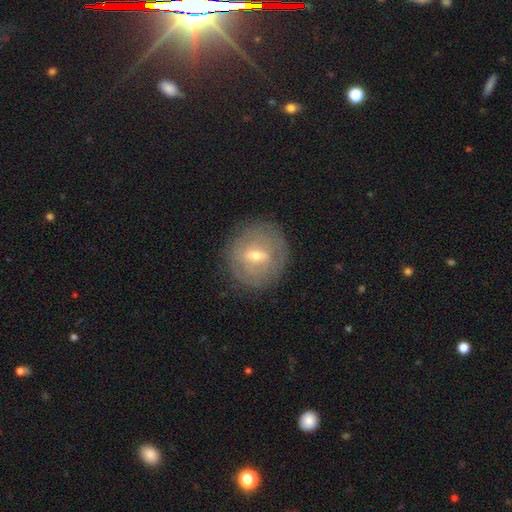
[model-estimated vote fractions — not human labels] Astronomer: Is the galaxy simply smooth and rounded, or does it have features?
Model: featured or disk — 64%.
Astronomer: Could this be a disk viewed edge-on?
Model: no — 91%.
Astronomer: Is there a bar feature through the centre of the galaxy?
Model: weak — 55%.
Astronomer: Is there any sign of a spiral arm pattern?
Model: no — 53% (runner-up: yes, 47%).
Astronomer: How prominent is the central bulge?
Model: moderate — 51% (runner-up: small, 45%).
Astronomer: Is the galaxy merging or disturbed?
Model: none — 82%.